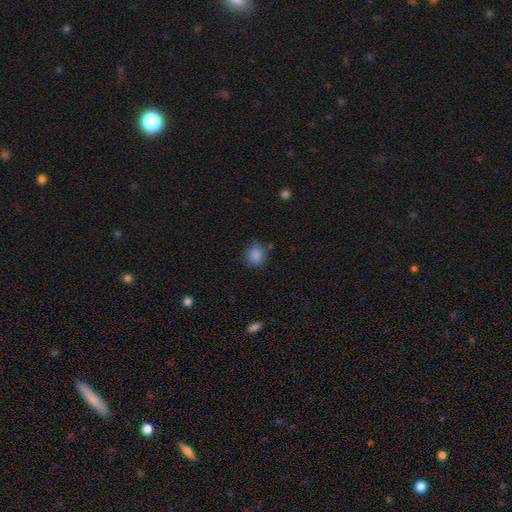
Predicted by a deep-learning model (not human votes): Smooth or featured: smooth — 86% (star or artifact — 10%)
How rounded: round — 77% (in between — 22%)
Merging: none — 79% (minor disturbance — 14%)